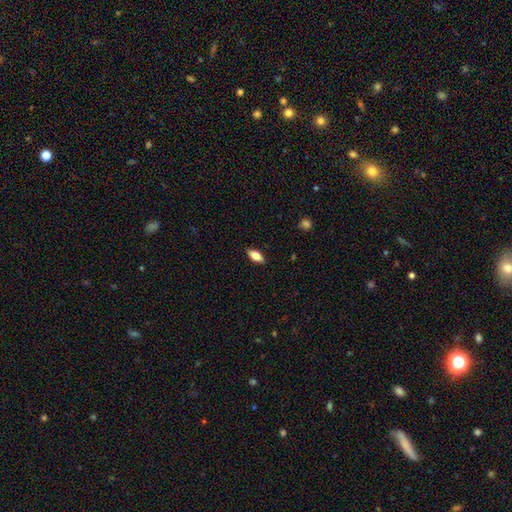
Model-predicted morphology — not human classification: A smooth galaxy with no disk features (71%) that is in between round and cigar-shaped (83%).

Vote fractions:
- Smooth or featured? smooth: 71% / featured or disk: 21% / star or artifact: 7%
- How rounded? in between: 83% / cigar-shaped: 14% / round: 3%
- Merging? none: 88% / minor disturbance: 9% / major disturbance: 2% / merger: 1%